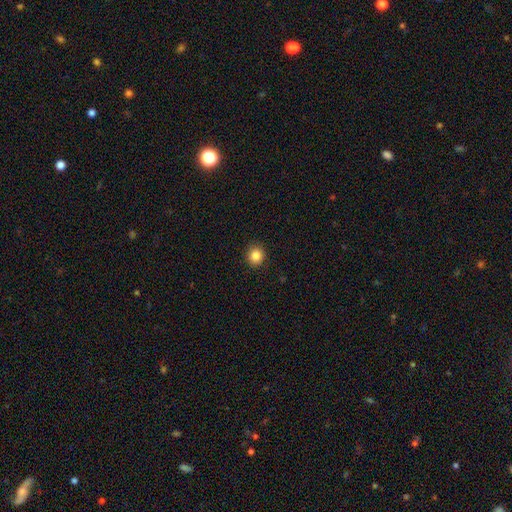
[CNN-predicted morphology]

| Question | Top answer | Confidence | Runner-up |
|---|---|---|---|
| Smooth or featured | smooth | 85% | star or artifact (10%) |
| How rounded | round | 87% | in between (12%) |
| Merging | none | 92% | minor disturbance (5%) |